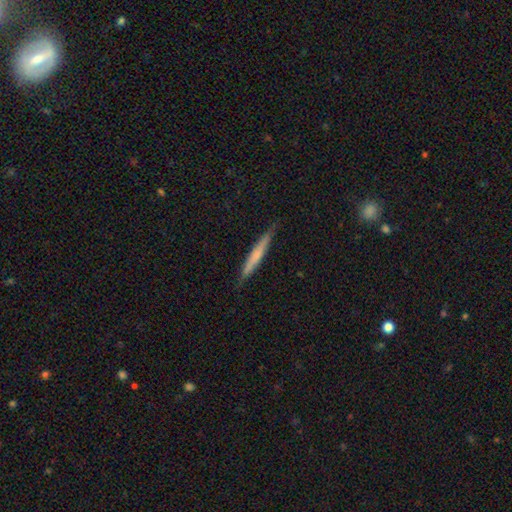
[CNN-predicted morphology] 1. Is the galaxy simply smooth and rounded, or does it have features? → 52% smooth, 42% featured or disk, 6% star or artifact.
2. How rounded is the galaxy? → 95% cigar-shaped, 3% in between, 1% round.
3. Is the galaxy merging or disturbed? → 87% none, 10% minor disturbance, 2% major disturbance, 1% merger.